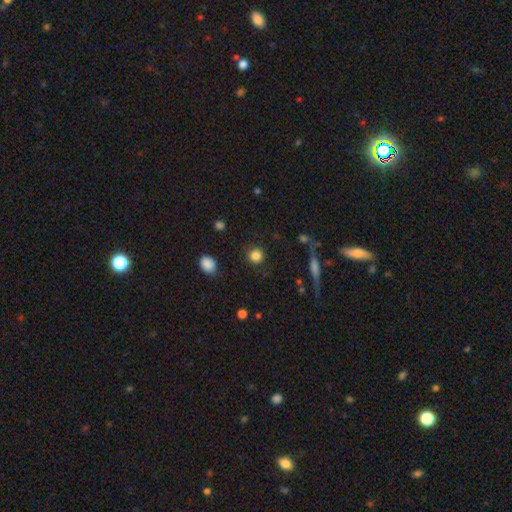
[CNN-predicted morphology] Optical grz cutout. It shows a smooth galaxy with no disk features (85%) that is round (92%). Merging: none (89%).